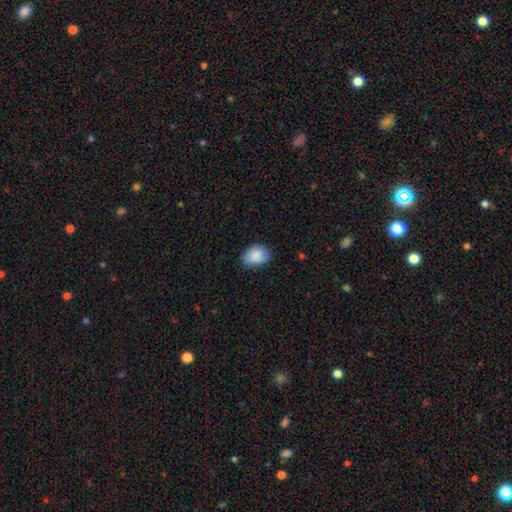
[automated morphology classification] Smooth or featured? smooth (87%)
How rounded? in between (70%)
Merging? none (75%)